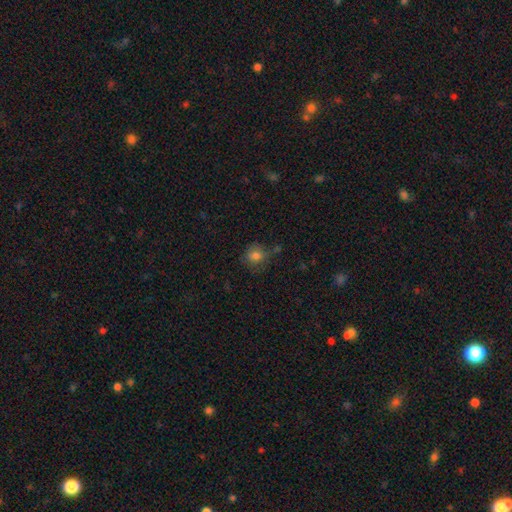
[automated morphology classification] smooth_or_featured: smooth (p=0.80) [alt: star or artifact p=0.12]
how_rounded: round (p=0.77) [alt: in between p=0.22]
merging: none (p=0.69) [alt: minor disturbance p=0.19]